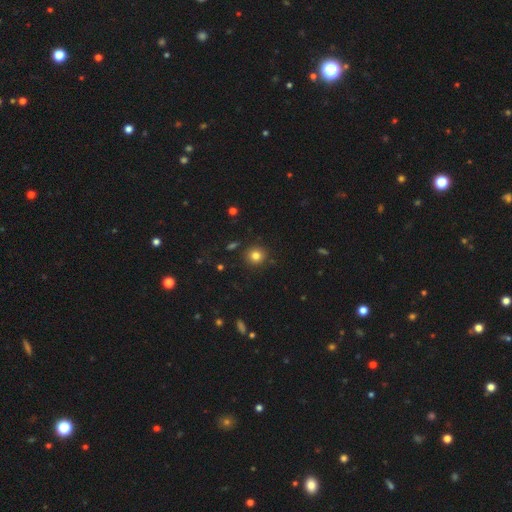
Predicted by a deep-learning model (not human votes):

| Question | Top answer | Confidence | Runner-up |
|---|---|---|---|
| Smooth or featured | smooth | 81% | star or artifact (13%) |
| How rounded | round | 92% | in between (7%) |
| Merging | none | 89% | minor disturbance (7%) |